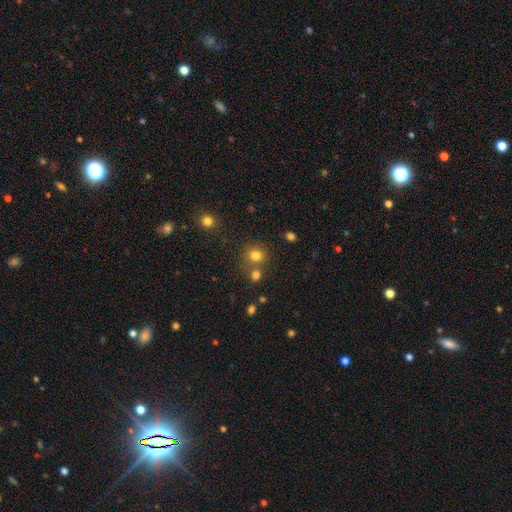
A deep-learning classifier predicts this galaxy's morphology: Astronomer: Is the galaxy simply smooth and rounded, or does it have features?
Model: smooth — 78%.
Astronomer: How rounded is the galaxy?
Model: round — 71%.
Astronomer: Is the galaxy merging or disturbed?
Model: none — 65%.